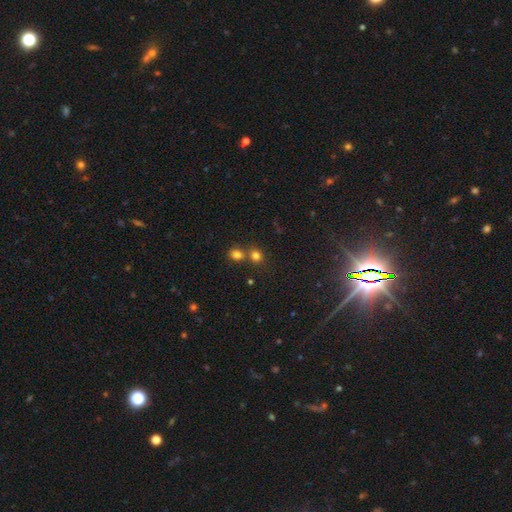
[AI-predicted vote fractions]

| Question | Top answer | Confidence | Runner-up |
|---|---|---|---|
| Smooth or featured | smooth | 78% | star or artifact (15%) |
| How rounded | round | 78% | in between (21%) |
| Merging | none | 54% | merger (37%) |